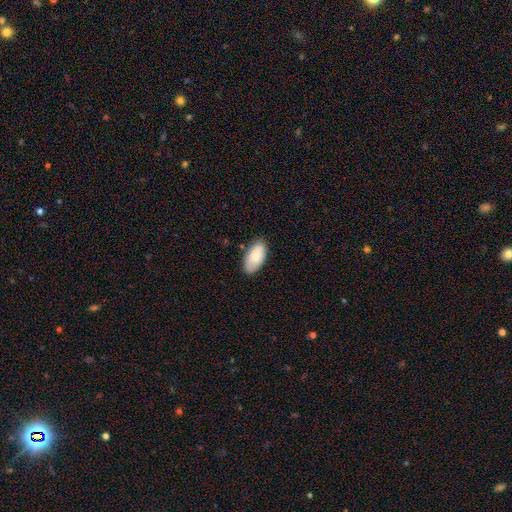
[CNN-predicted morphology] smooth_or_featured: smooth (p=0.79) [alt: featured or disk p=0.15]
how_rounded: in between (p=0.95) [alt: cigar-shaped p=0.03]
merging: none (p=0.81) [alt: minor disturbance p=0.15]